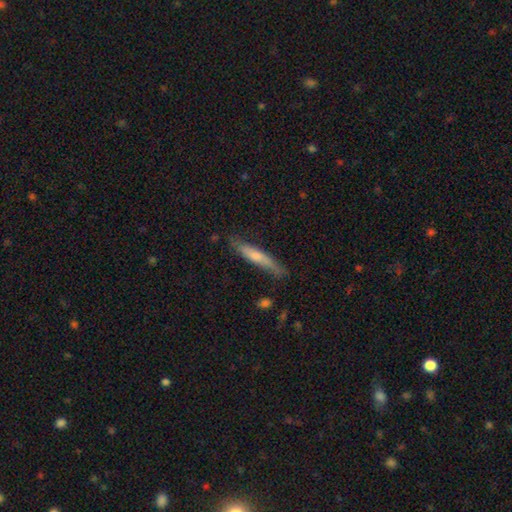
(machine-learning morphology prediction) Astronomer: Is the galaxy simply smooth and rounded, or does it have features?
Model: smooth — 53% (runner-up: featured or disk, 41%).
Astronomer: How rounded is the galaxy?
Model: cigar-shaped — 91%.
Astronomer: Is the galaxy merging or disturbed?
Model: none — 75%.